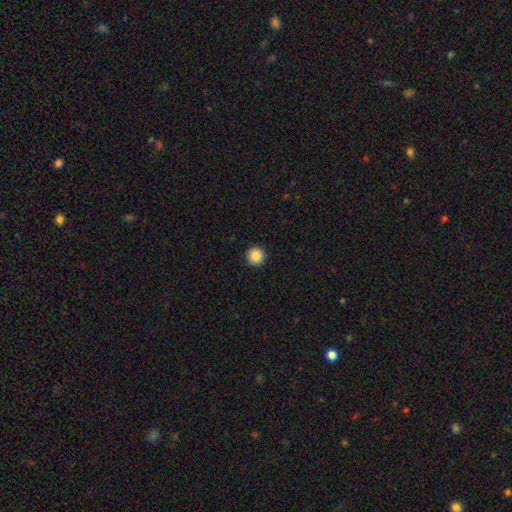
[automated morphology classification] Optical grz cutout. It shows a smooth galaxy with no disk features (88%) that is round (96%). Merging: none (93%).